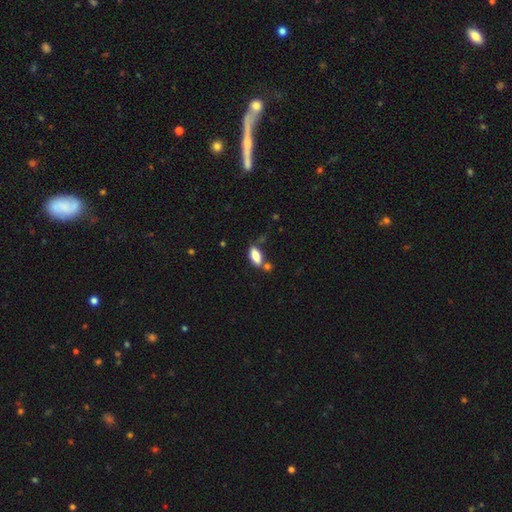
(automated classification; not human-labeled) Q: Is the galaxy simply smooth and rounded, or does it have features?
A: smooth — 77%.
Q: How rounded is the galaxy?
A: in between — 81%.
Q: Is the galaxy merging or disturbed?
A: none — 61%.